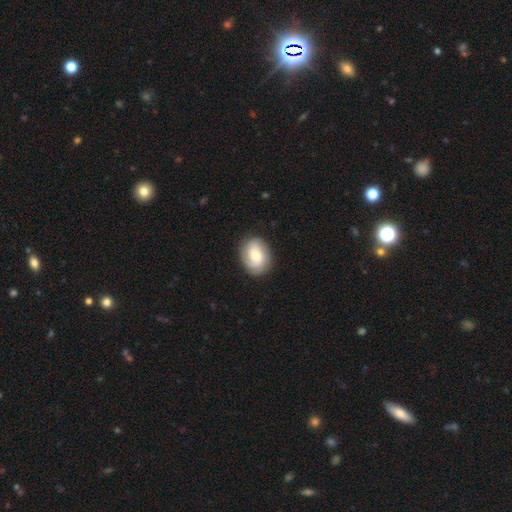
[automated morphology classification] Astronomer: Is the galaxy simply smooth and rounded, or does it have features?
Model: smooth — 47% (runner-up: featured or disk, 46%).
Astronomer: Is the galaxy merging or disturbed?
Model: none — 83%.